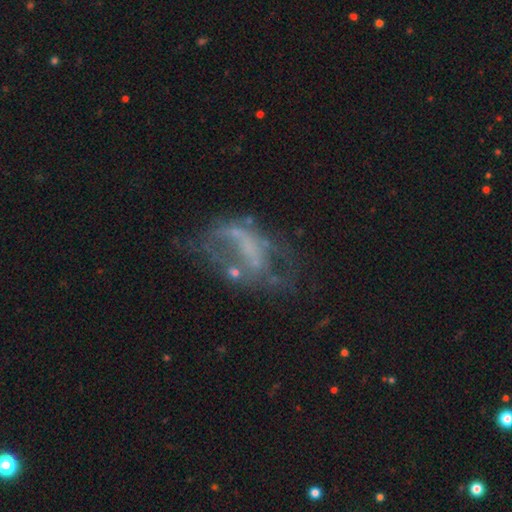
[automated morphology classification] smooth-or-featured: featured or disk: 63% | smooth: 20% | star or artifact: 17%
  disk-edge-on: no: 96% | yes: 4%
    bar: no: 69% | weak: 21% | strong: 10%
    has-spiral-arms: no: 72% | yes: 28%
    bulge-size: none: 70% | small: 17% | moderate: 9% | large: 3% | dominant: 1%
  merging: major disturbance: 39% | none: 33% | minor disturbance: 19% | merger: 10%